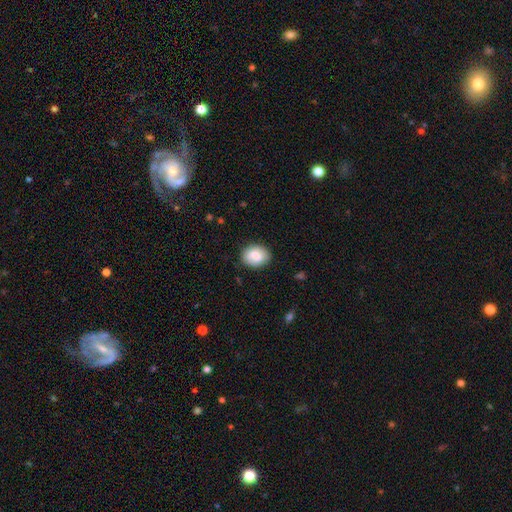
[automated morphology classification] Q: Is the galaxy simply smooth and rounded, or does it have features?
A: smooth — 74%.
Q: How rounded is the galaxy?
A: in between — 57%.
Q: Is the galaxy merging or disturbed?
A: none — 83%.